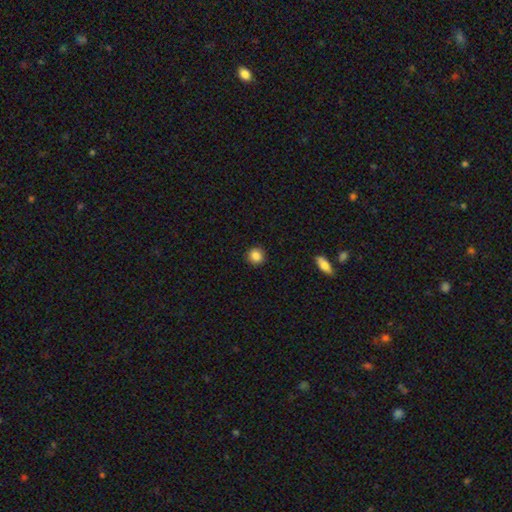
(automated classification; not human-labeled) Morphology: type=smooth (86%); roundness=round (92%); merging=none (93%).